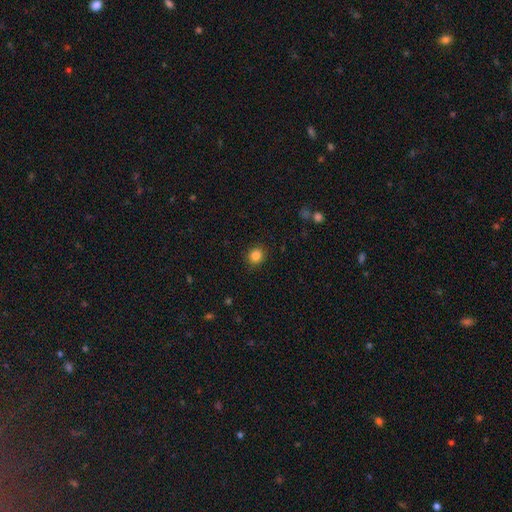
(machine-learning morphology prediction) Smooth or featured? smooth (85%)
How rounded? round (83%)
Merging? none (90%)